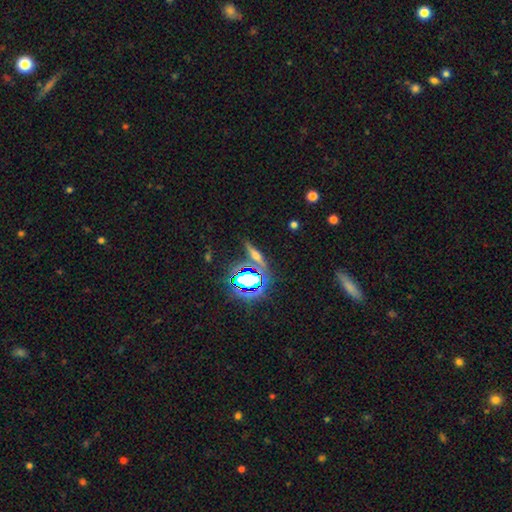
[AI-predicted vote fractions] Morphology: type=smooth (38%); merging=none (78%).